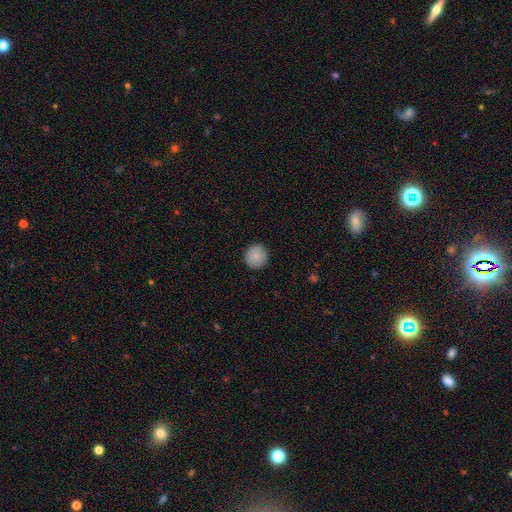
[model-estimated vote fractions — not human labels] Smooth or featured: smooth — 88% (star or artifact — 7%)
How rounded: round — 95% (in between — 4%)
Merging: none — 92% (minor disturbance — 5%)